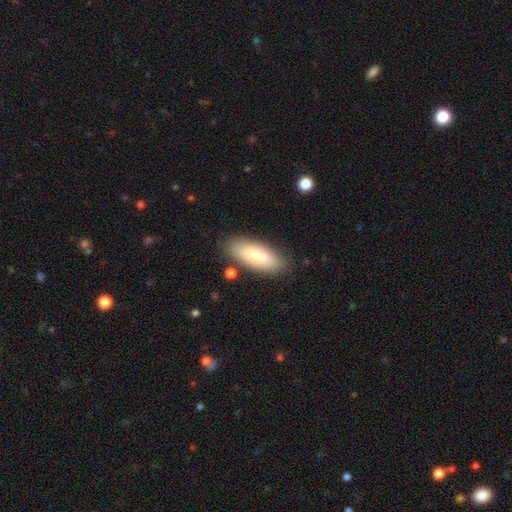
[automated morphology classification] This appears to be a smooth galaxy with no disk features (71%) that is in between round and cigar-shaped (76%). Merging: none (83%).